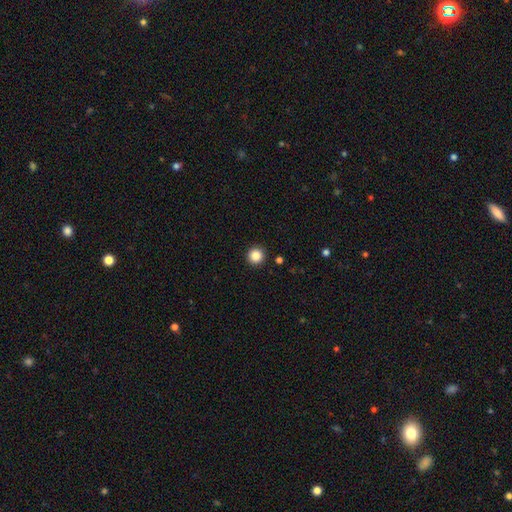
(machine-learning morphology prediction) Q: Smooth or featured?
A: smooth (86%); runner-up: star or artifact (11%)
Q: How rounded?
A: round (96%); runner-up: in between (3%)
Q: Merging?
A: none (93%); runner-up: minor disturbance (4%)